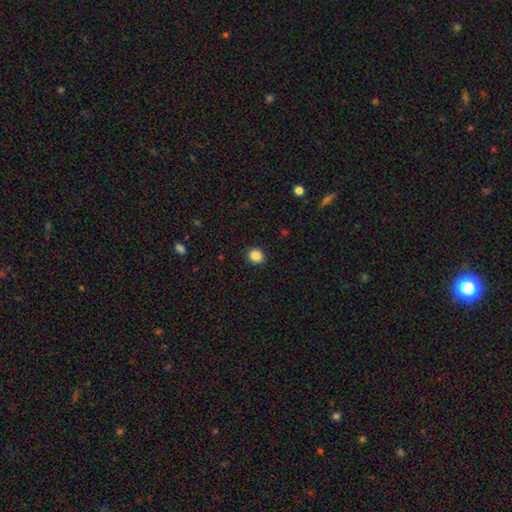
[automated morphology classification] This is clearly a smooth galaxy (87%). How rounded: clearly round (84%). Merging: clearly none (91%).